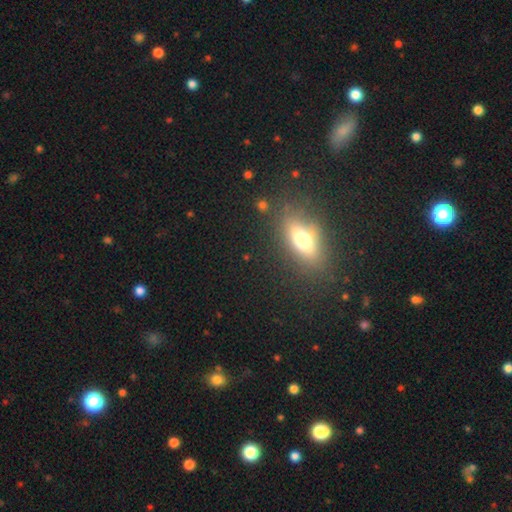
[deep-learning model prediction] smooth_or_featured: smooth (p=0.51) [alt: featured or disk p=0.30]
how_rounded: in between (p=0.63) [alt: cigar-shaped p=0.27]
merging: none (p=0.83) [alt: minor disturbance p=0.10]